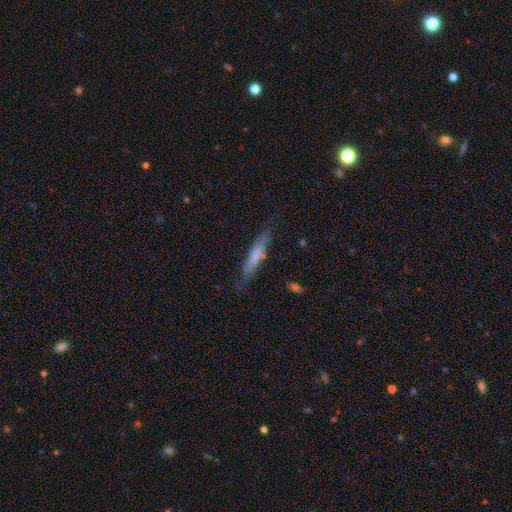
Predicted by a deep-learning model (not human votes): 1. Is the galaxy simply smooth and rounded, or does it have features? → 61% smooth, 33% featured or disk, 6% star or artifact.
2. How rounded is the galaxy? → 88% cigar-shaped, 11% in between, 1% round.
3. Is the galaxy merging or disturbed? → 75% none, 19% minor disturbance, 4% major disturbance, 2% merger.